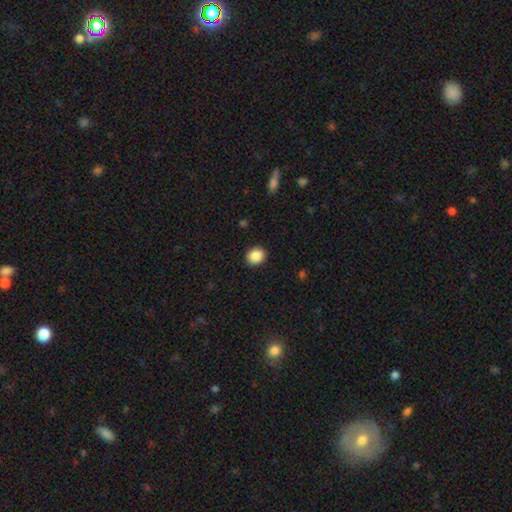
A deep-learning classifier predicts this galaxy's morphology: type=smooth (88%); roundness=round (74%); merging=none (91%).